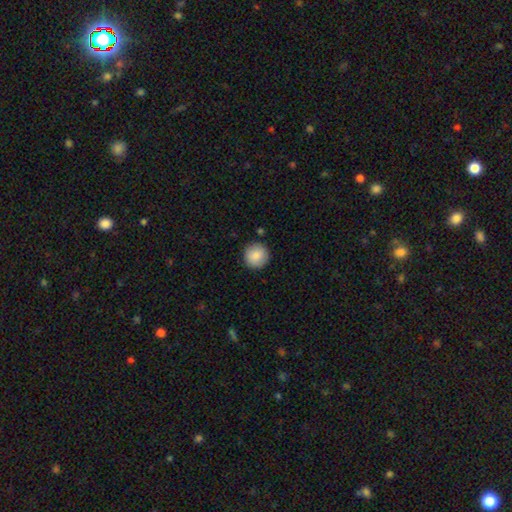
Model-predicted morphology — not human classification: Q: Smooth or featured?
A: smooth (86%); runner-up: star or artifact (7%)
Q: How rounded?
A: round (95%); runner-up: in between (4%)
Q: Merging?
A: none (89%); runner-up: minor disturbance (7%)